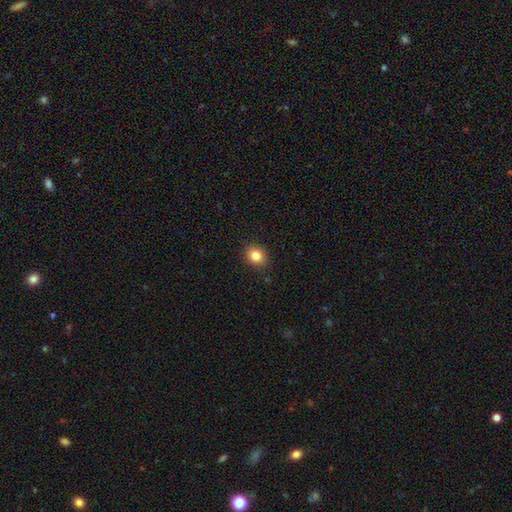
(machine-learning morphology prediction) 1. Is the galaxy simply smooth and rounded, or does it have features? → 84% smooth, 11% star or artifact, 6% featured or disk.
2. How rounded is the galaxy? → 66% round, 33% in between, 1% cigar-shaped.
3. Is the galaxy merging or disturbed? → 88% none, 9% minor disturbance, 2% major disturbance, 1% merger.